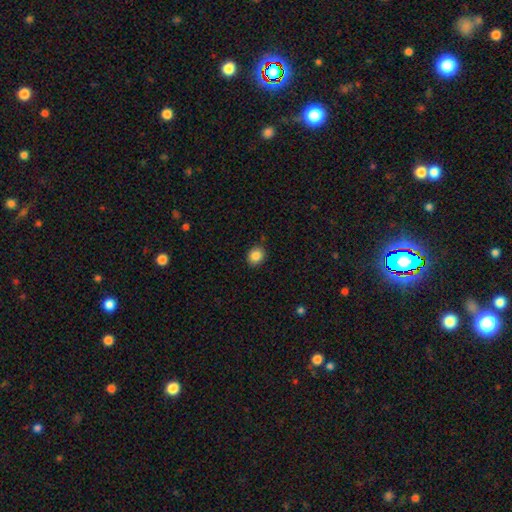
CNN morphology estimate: smooth 87%, star or artifact 9%, featured or disk 5%. Down the decision tree: how rounded — round (64%); merging — none (89%).